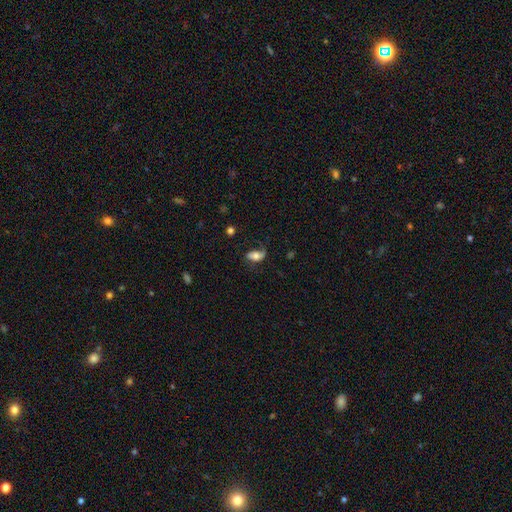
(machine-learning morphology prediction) Smooth or featured? Predicted: smooth (p=0.50). Merging? Predicted: none (p=0.47).